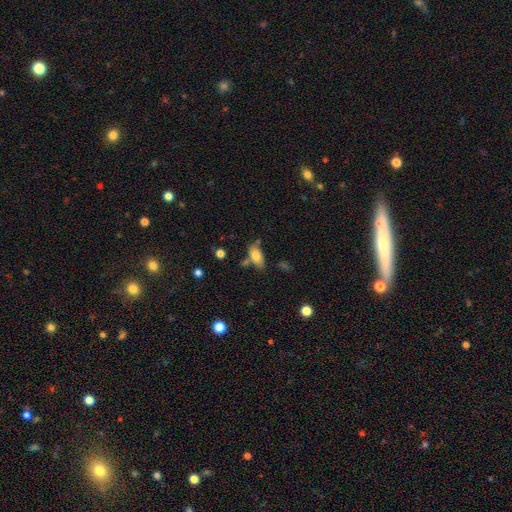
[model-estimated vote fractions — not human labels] A smooth galaxy with no disk features (73%) that is in between round and cigar-shaped (86%).

Vote fractions:
- Smooth or featured? smooth: 73% / featured or disk: 20% / star or artifact: 8%
- How rounded? in between: 86% / cigar-shaped: 11% / round: 4%
- Merging? none: 61% / minor disturbance: 20% / merger: 14% / major disturbance: 6%